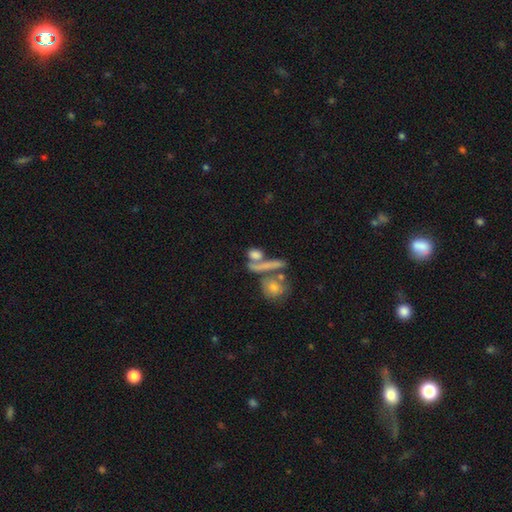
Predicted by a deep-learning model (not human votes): A smooth galaxy with no disk features (64%) that is cigar-shaped (35%). Merging: none (43%).